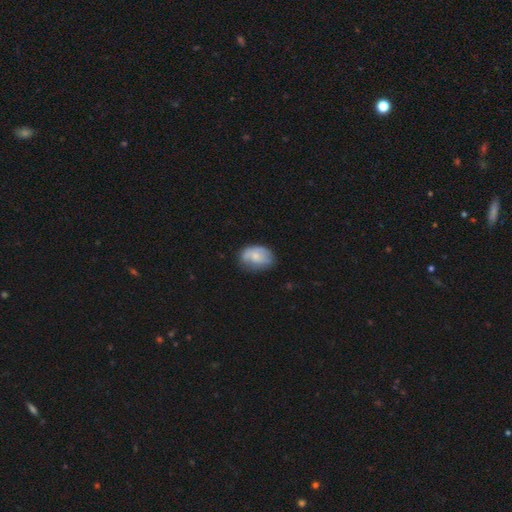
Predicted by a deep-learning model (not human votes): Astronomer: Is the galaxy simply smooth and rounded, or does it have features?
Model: smooth — 60%.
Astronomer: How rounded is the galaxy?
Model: in between — 79%.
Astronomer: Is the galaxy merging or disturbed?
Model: none — 56%.